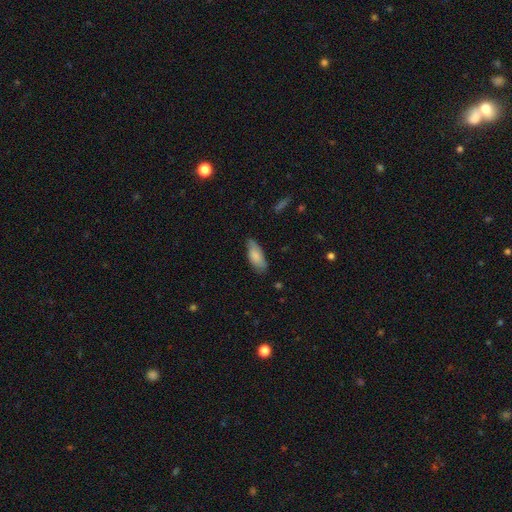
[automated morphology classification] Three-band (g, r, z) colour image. It shows a smooth galaxy with no disk features (83%) that is in between round and cigar-shaped (78%). Merging: none (74%).